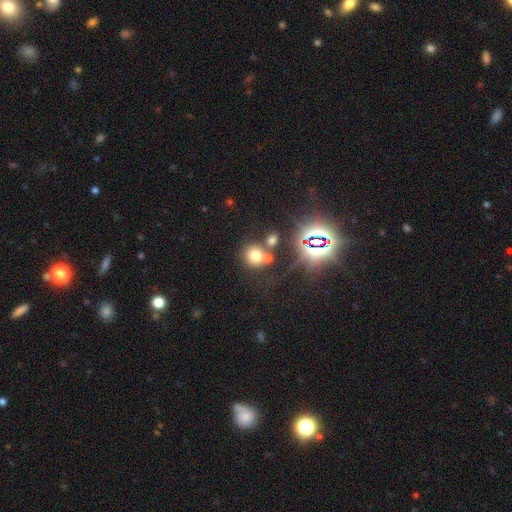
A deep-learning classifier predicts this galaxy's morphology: A smooth galaxy with no disk features (64%) that is round (85%).

Vote fractions:
- Smooth or featured? smooth: 64% / star or artifact: 23% / featured or disk: 13%
- How rounded? round: 85% / in between: 14% / cigar-shaped: 1%
- Merging? none: 53% / merger: 32% / minor disturbance: 10% / major disturbance: 6%